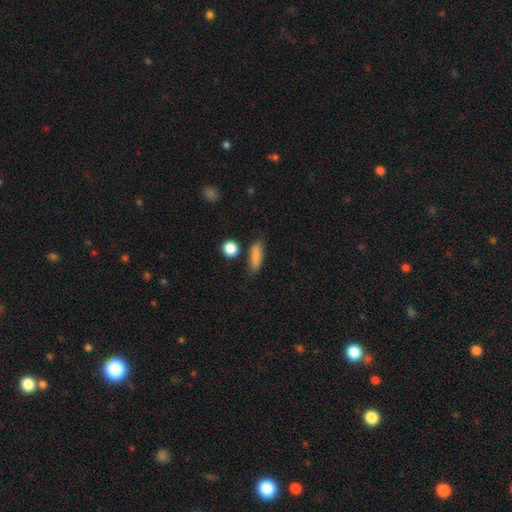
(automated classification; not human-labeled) A smooth galaxy with no disk features (83%) that is in between round and cigar-shaped (48%).

Vote fractions:
- Smooth or featured? smooth: 83% / featured or disk: 9% / star or artifact: 8%
- How rounded? in between: 48% / cigar-shaped: 47% / round: 6%
- Merging? none: 74% / minor disturbance: 17% / merger: 5% / major disturbance: 4%